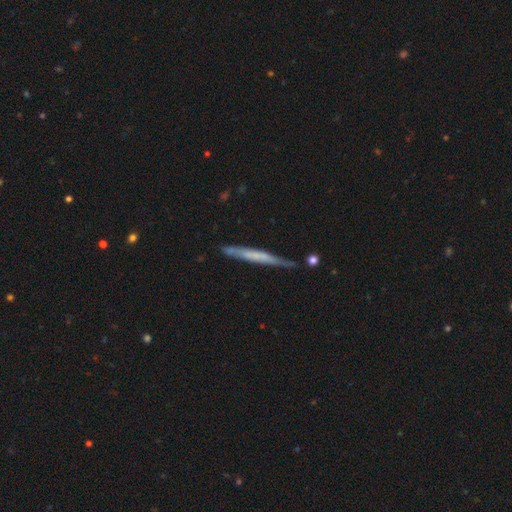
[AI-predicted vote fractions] A featured or disk galaxy (52%) viewed edge-on (93%).

Vote fractions:
- Smooth or featured? featured or disk: 52% / smooth: 42% / star or artifact: 6%
- Edge-on disk? yes: 93% / no: 7%
- Merging? none: 75% / minor disturbance: 18% / merger: 3% / major disturbance: 3%